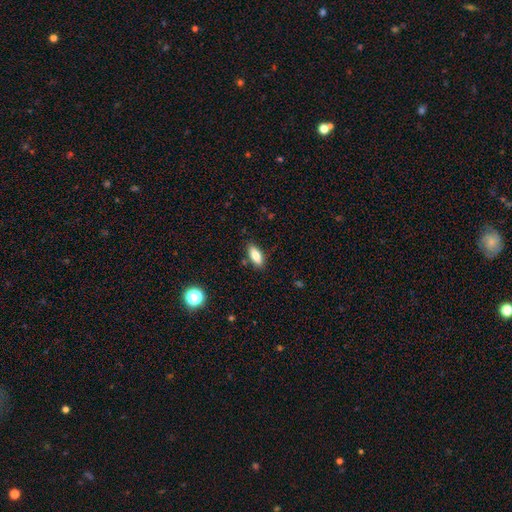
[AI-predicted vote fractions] smooth_or_featured: smooth (p=0.79) [alt: featured or disk p=0.13]
how_rounded: in between (p=0.80) [alt: cigar-shaped p=0.17]
merging: none (p=0.85) [alt: minor disturbance p=0.11]